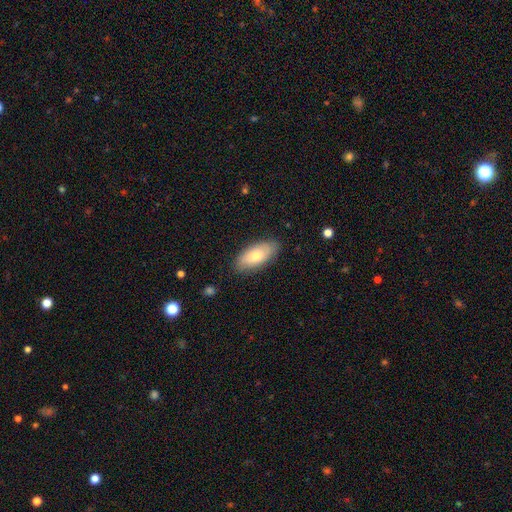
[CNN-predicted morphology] type=smooth (72%); roundness=in between (88%); merging=none (85%).